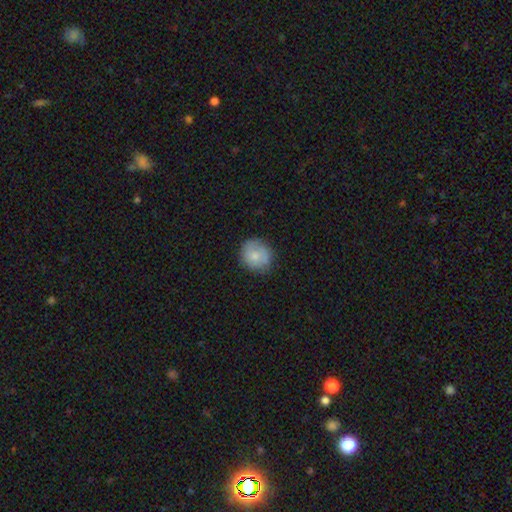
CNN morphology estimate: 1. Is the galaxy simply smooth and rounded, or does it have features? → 75% smooth, 17% featured or disk, 7% star or artifact.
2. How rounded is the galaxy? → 85% round, 14% in between, 1% cigar-shaped.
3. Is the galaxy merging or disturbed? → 76% none, 18% minor disturbance, 4% major disturbance, 1% merger.